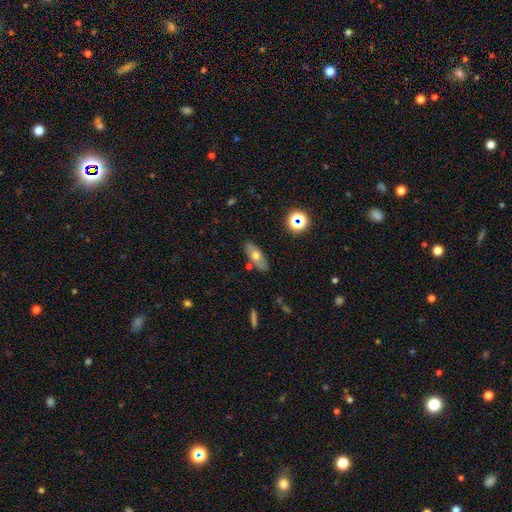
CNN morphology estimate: Q: Smooth or featured?
A: smooth (56%); runner-up: featured or disk (35%)
Q: How rounded?
A: in between (77%); runner-up: cigar-shaped (18%)
Q: Merging?
A: none (79%); runner-up: minor disturbance (13%)